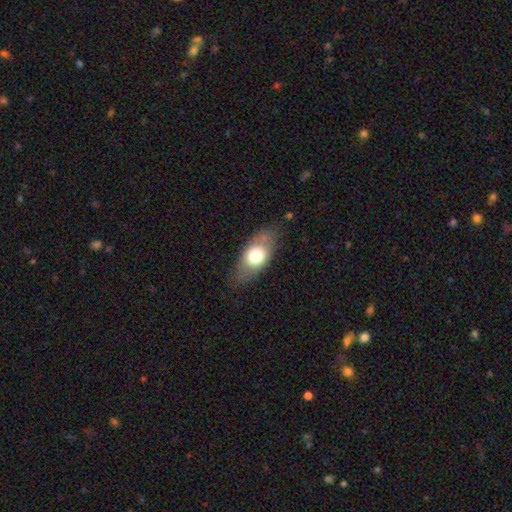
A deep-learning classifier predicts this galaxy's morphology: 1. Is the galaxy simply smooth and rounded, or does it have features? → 65% smooth, 27% featured or disk, 8% star or artifact.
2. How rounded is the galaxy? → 82% in between, 11% round, 7% cigar-shaped.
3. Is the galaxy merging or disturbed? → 74% none, 18% minor disturbance, 6% major disturbance, 2% merger.